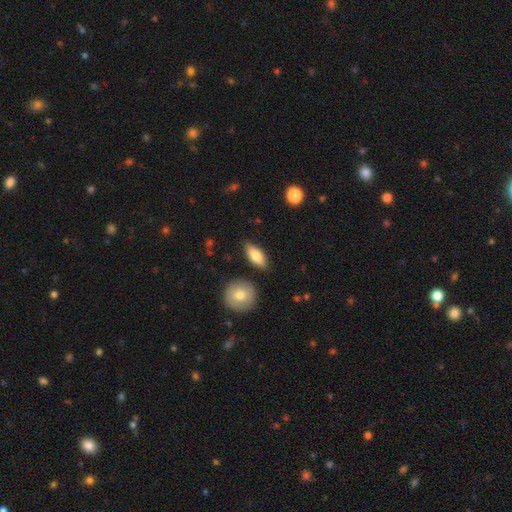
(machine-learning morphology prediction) This is likely a smooth galaxy (77%). How rounded: likely in between (75%). Merging: clearly none (83%).